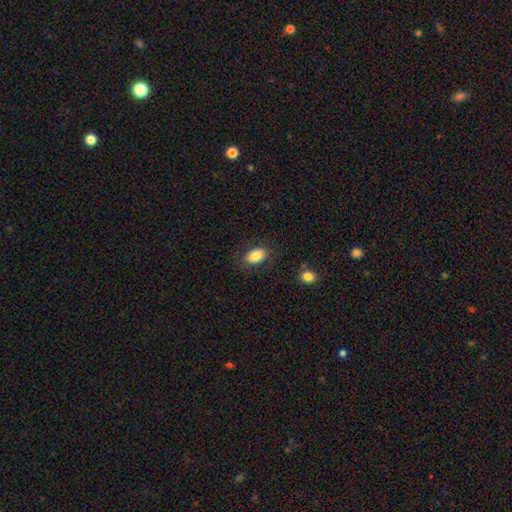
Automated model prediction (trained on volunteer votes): A smooth galaxy with no disk features (83%) that is in between round and cigar-shaped (88%). Merging: none (82%).